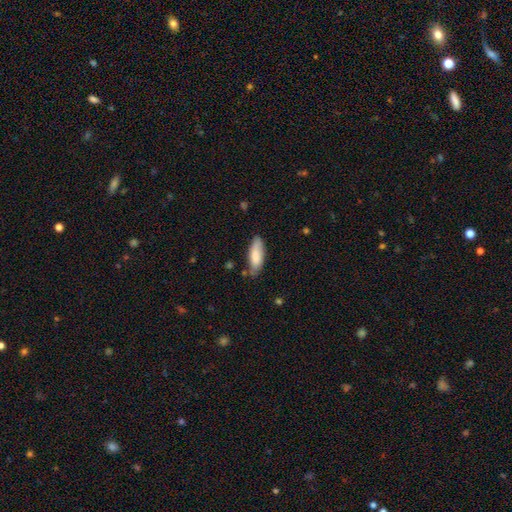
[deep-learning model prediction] Morphology: type=smooth (82%); roundness=in between (65%); merging=none (71%).